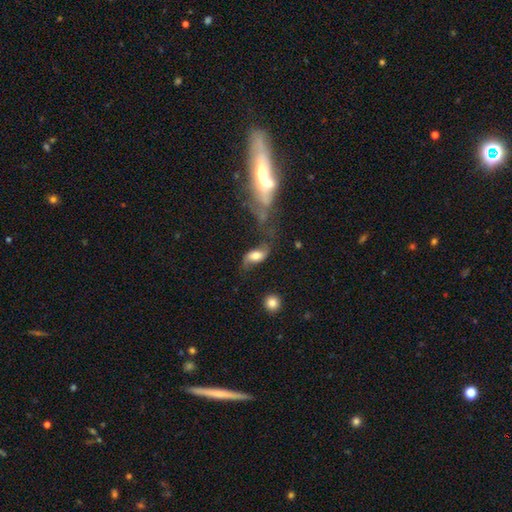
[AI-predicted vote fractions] This is possibly a featured or disk galaxy (56%). It is clearly not viewed edge-on (93%). Bar: possibly no (50%). Spiral arm pattern: clearly yes (87%). Central bulge: marginally moderate (43%). Merging: possibly none (47%).